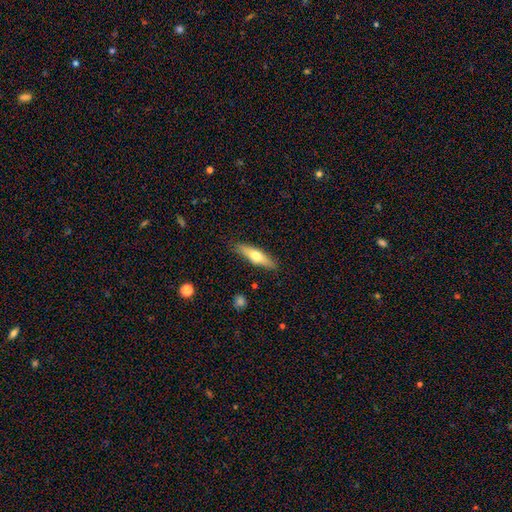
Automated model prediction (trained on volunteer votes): A smooth galaxy with no disk features (50%) that is cigar-shaped (71%).

Vote fractions:
- Smooth or featured? smooth: 50% / featured or disk: 44% / star or artifact: 6%
- How rounded? cigar-shaped: 71% / in between: 27% / round: 2%
- Merging? none: 87% / minor disturbance: 10% / major disturbance: 2% / merger: 1%